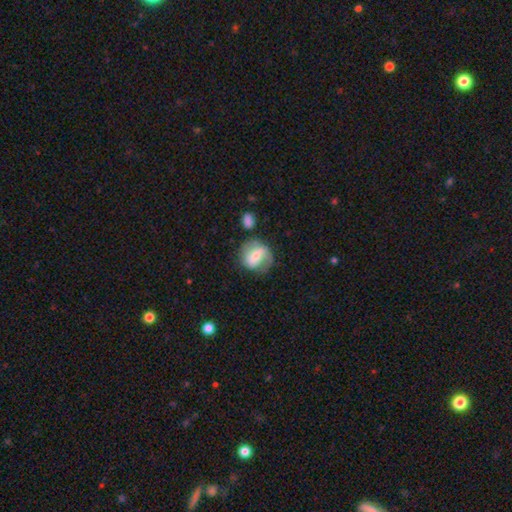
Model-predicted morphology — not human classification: type=featured or disk (54%); edge-on=no (96%); bar=weak (40%); spiral arms=yes (76%); bulge=moderate (52%); merging=none (61%).